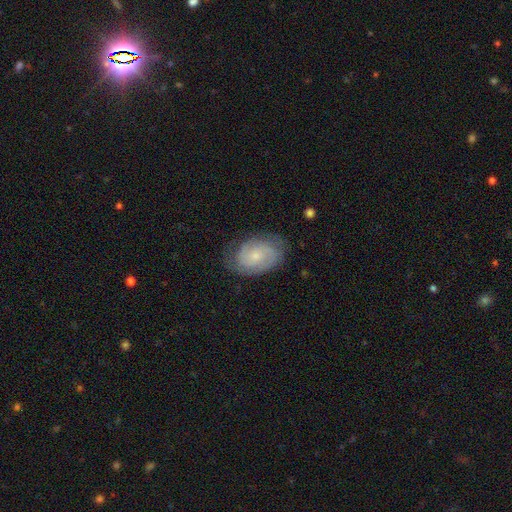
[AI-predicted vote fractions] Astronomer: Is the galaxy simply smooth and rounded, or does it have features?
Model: featured or disk — 72%.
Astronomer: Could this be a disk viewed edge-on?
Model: no — 97%.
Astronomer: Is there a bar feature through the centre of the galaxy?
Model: no — 71%.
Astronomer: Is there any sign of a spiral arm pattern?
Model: yes — 93%.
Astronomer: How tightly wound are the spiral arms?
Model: tight — 57% (runner-up: medium, 34%).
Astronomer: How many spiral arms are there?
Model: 2 — 60%.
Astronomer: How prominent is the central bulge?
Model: small — 70%.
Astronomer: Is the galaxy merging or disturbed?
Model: none — 75%.